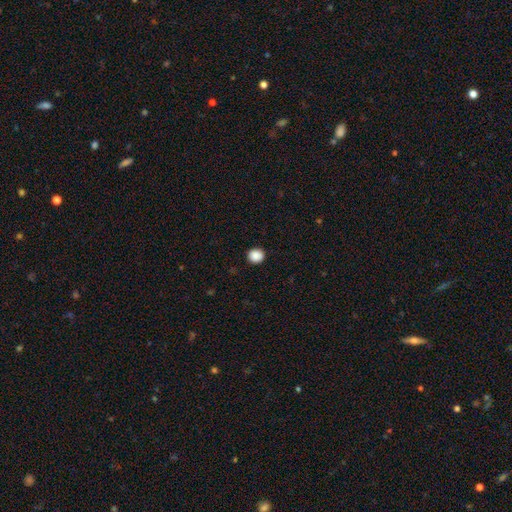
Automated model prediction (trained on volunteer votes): Q: Smooth or featured?
A: smooth (89%); runner-up: star or artifact (9%)
Q: How rounded?
A: round (92%); runner-up: in between (7%)
Q: Merging?
A: none (92%); runner-up: minor disturbance (5%)